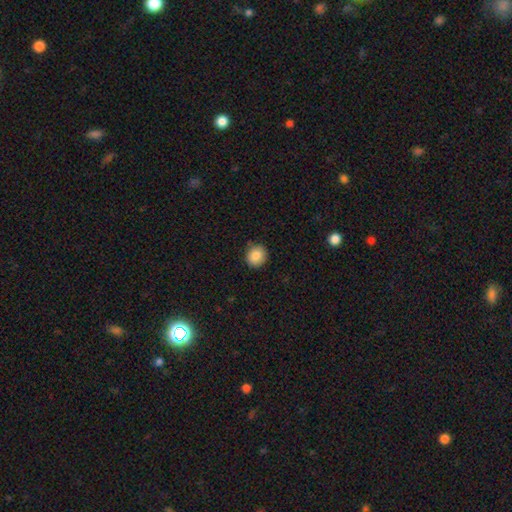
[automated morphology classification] Smooth or featured?
  - smooth: 85% *
  - star or artifact: 9%
  - featured or disk: 6%
How rounded?
  - round: 85% *
  - in between: 14%
  - cigar-shaped: 1%
Merging?
  - none: 87% *
  - minor disturbance: 10%
  - major disturbance: 2%
  - merger: 1%